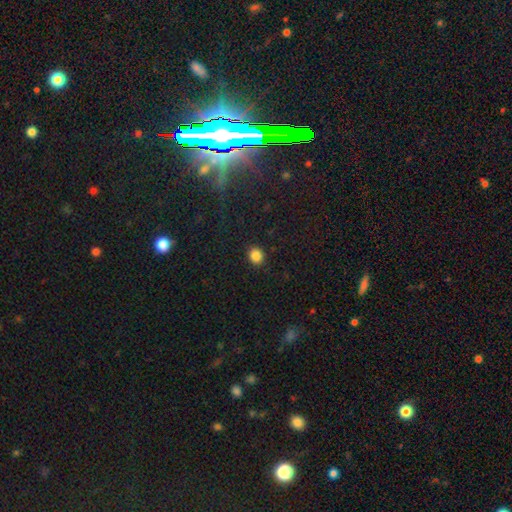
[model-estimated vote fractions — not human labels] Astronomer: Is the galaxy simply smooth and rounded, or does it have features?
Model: smooth — 86%.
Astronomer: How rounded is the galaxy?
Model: round — 70%.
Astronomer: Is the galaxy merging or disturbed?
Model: none — 91%.